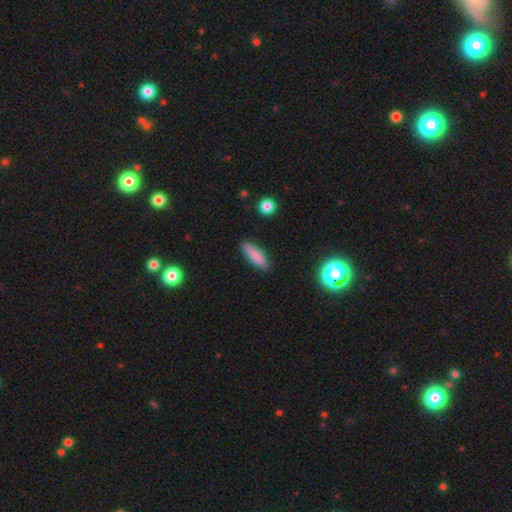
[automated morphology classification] Smooth or featured? smooth (84%)
How rounded? in between (52%)
Merging? none (87%)